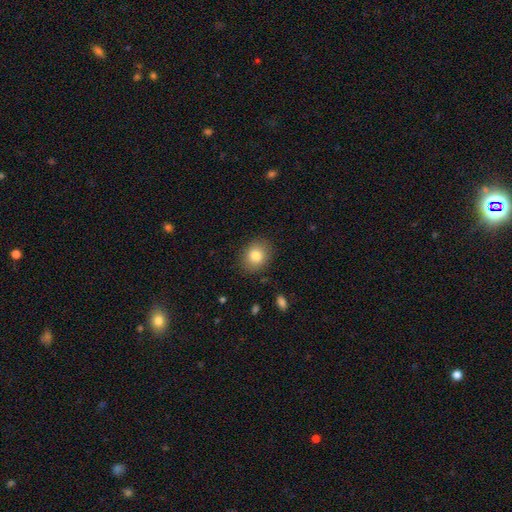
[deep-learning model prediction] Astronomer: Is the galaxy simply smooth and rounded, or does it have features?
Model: smooth — 83%.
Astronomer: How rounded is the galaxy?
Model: round — 57% (runner-up: in between, 42%).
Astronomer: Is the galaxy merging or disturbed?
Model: none — 85%.